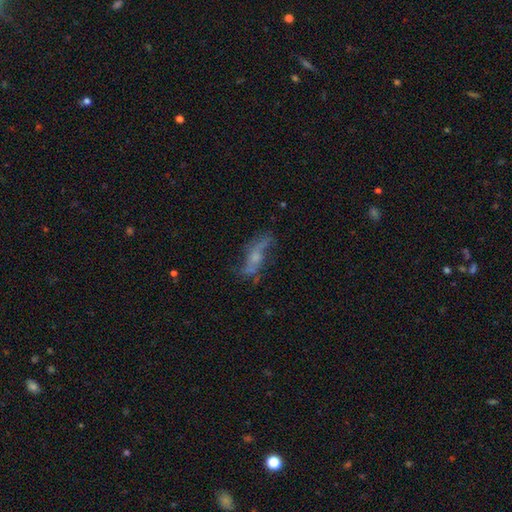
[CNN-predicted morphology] This is likely a featured or disk galaxy (69%). It is likely not viewed edge-on (73%). Bar: likely no (61%). Spiral arm pattern: likely yes (79%). Central bulge: marginally small (44%). Merging: possibly none (59%).